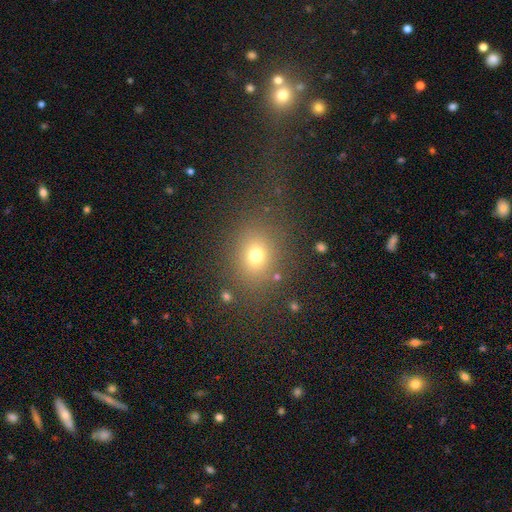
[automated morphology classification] Smooth or featured? Predicted: smooth (p=0.72). How rounded? Predicted: round (p=0.64). Merging? Predicted: none (p=0.80).